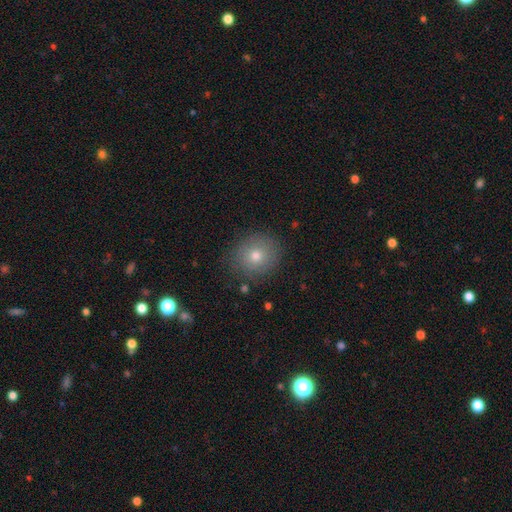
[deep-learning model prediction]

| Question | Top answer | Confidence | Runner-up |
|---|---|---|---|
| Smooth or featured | smooth | 73% | star or artifact (14%) |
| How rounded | round | 85% | in between (14%) |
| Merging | none | 86% | minor disturbance (10%) |